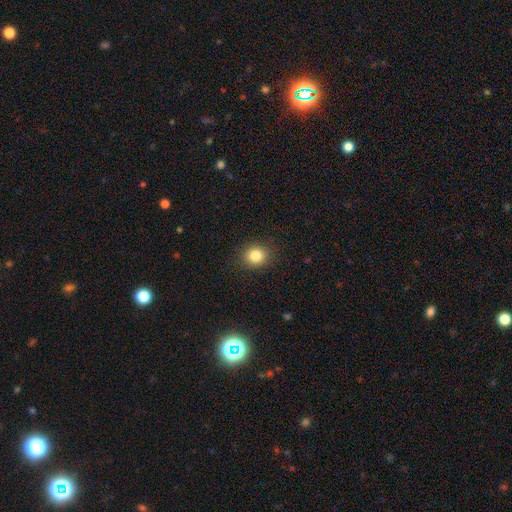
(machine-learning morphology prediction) smooth-or-featured: smooth: 83% | star or artifact: 11% | featured or disk: 6%
  how-rounded: round: 81% | in between: 18% | cigar-shaped: 1%
  merging: none: 89% | minor disturbance: 7% | major disturbance: 3% | merger: 1%